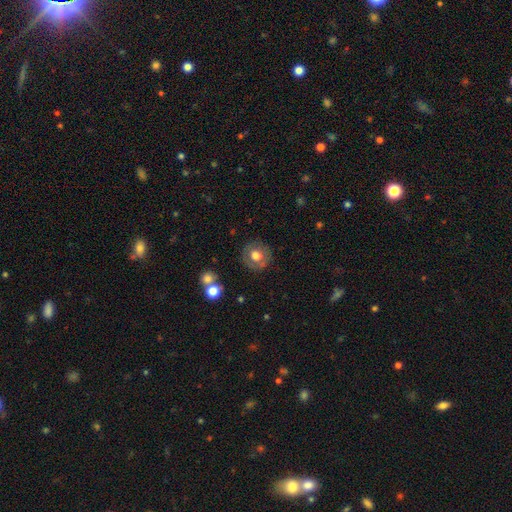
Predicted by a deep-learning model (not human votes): Smooth or featured? smooth (63%)
How rounded? round (91%)
Merging? none (85%)